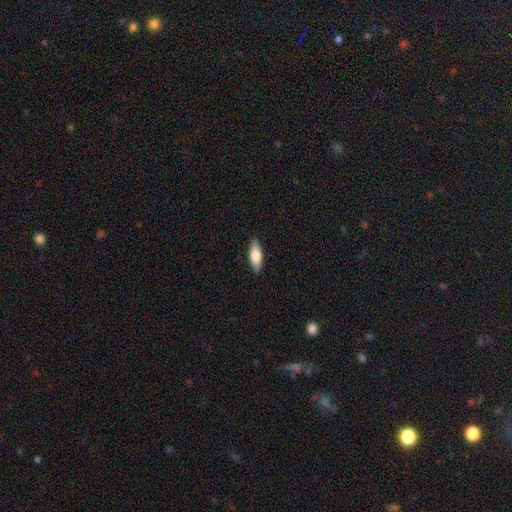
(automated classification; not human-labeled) smooth_or_featured: smooth (p=0.71) [alt: featured or disk p=0.24]
how_rounded: in between (p=0.58) [alt: cigar-shaped p=0.40]
merging: none (p=0.89) [alt: minor disturbance p=0.08]